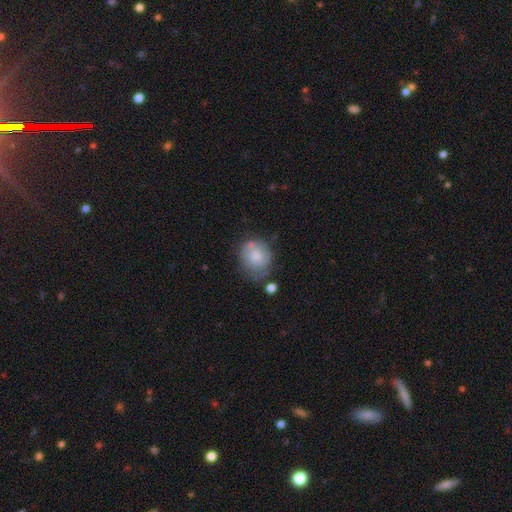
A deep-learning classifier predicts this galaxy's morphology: Smooth or featured: smooth — 72% (featured or disk — 20%)
How rounded: round — 66% (in between — 33%)
Merging: none — 49% (minor disturbance — 29%)